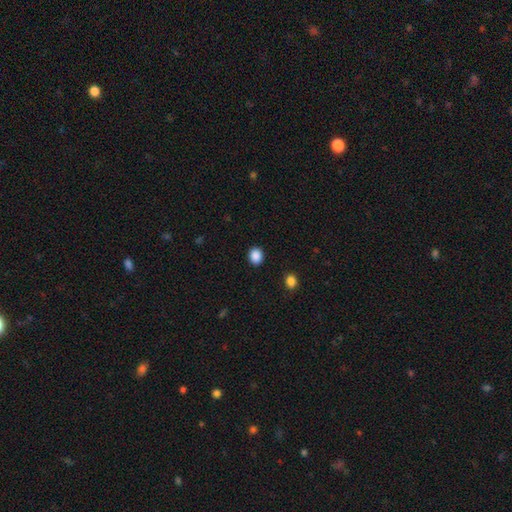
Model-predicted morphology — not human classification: Smooth or featured: smooth — 88% (star or artifact — 9%)
How rounded: round — 63% (in between — 36%)
Merging: none — 90% (minor disturbance — 7%)